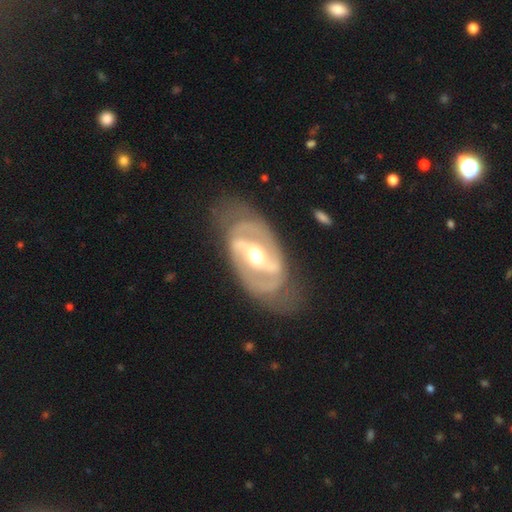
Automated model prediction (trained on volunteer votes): Morphology: type=featured or disk (90%); edge-on=no (96%); bar=strong (57%); spiral arms=yes (93%); winding=medium (48%); arm count=2 (88%); bulge=moderate (66%); merging=none (66%).